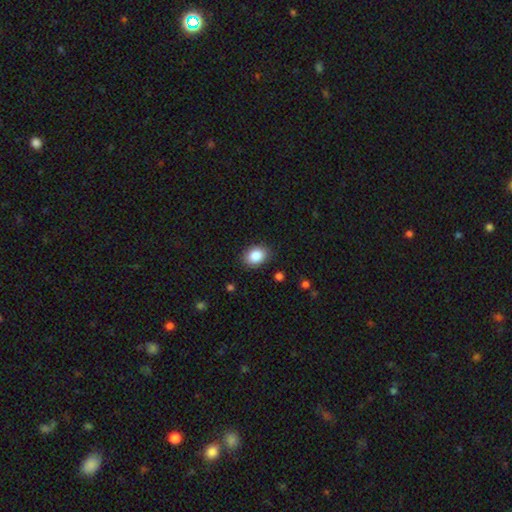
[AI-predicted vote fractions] Smooth or featured? smooth (87%)
How rounded? in between (67%)
Merging? none (87%)